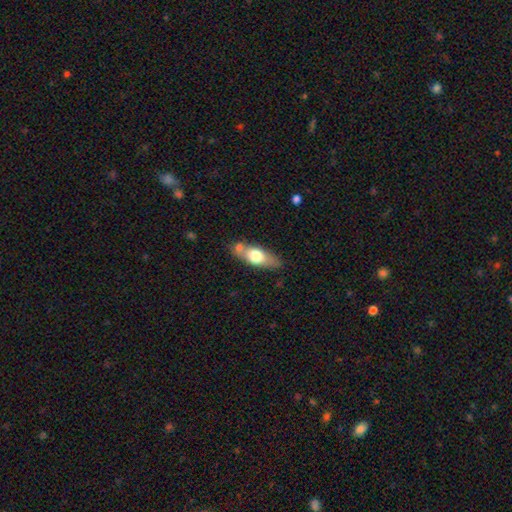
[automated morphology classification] The model was most divided on "smooth or featured": smooth: 62%, featured or disk: 32%, star or artifact: 6%. More confident: how rounded — in between (67%); merging — none (57%).